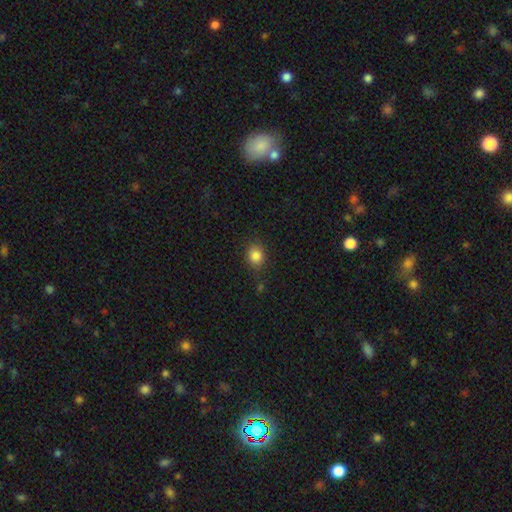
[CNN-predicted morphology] Smooth or featured? Predicted: smooth (p=0.84). How rounded? Predicted: round (p=0.65). Merging? Predicted: none (p=0.81).